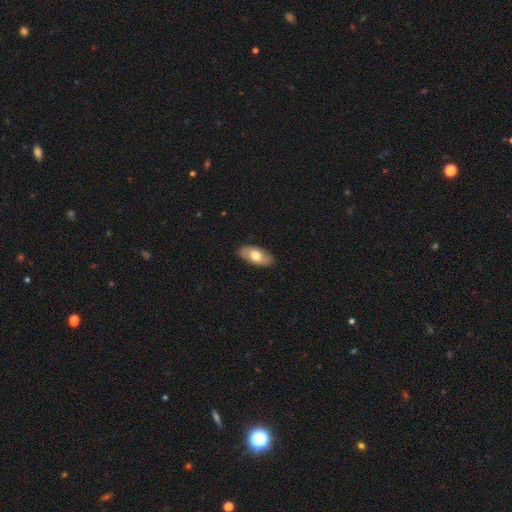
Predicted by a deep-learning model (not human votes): Overall: smooth (69%). How rounded: in between (92%). Merging: none (88%).